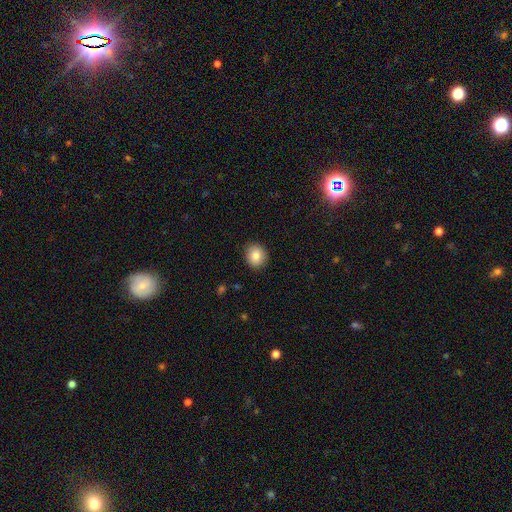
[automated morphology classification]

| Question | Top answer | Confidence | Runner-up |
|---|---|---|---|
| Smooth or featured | smooth | 84% | star or artifact (9%) |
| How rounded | round | 71% | in between (29%) |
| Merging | none | 89% | minor disturbance (8%) |